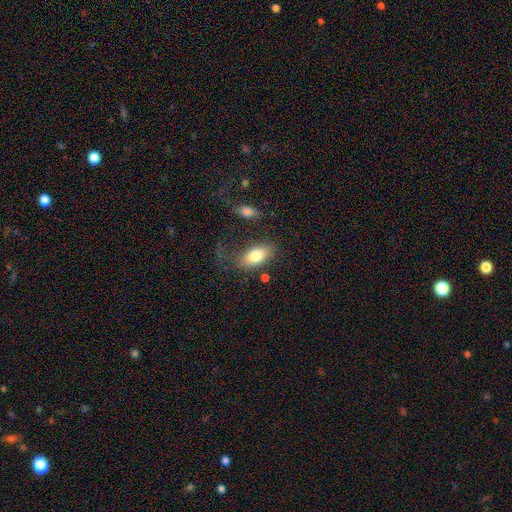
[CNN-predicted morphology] Smooth or featured: smooth — 78% (featured or disk — 15%)
How rounded: in between — 90% (cigar-shaped — 5%)
Merging: none — 62% (minor disturbance — 19%)